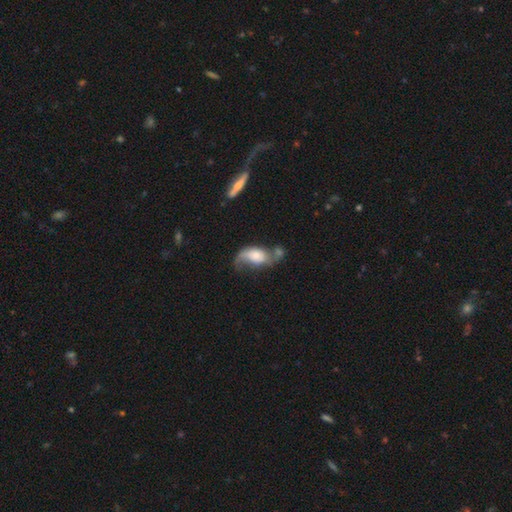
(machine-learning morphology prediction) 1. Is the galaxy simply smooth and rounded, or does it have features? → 51% featured or disk, 42% smooth, 7% star or artifact.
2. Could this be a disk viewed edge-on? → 93% no, 7% yes.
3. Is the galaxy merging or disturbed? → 29% major disturbance, 25% none, 25% merger, 20% minor disturbance.